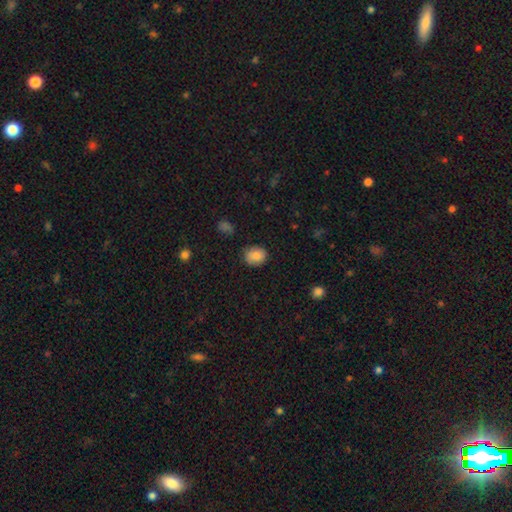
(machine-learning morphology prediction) A smooth galaxy with no disk features (86%) that is round (66%). Merging: none (83%).